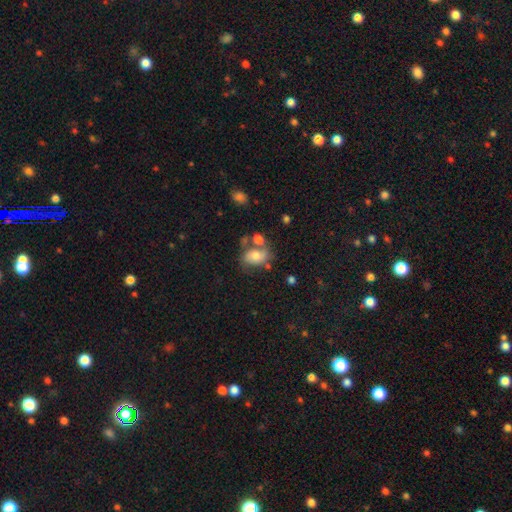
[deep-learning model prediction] smooth 60%, featured or disk 30%, star or artifact 10%. Down the decision tree: how rounded — in between (79%); merging — none (42%).